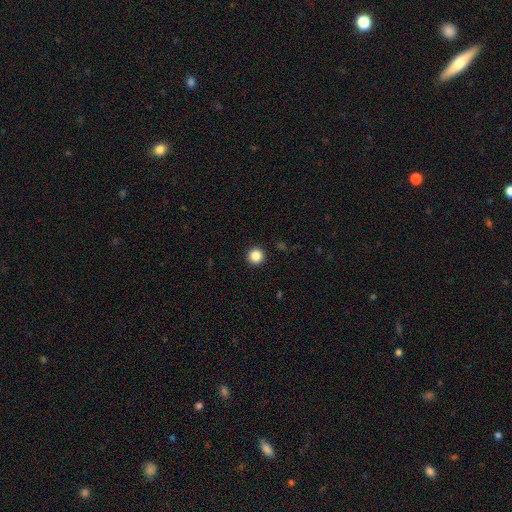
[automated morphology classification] Q: Smooth or featured?
A: smooth (86%); runner-up: star or artifact (10%)
Q: How rounded?
A: round (96%); runner-up: in between (3%)
Q: Merging?
A: none (93%); runner-up: minor disturbance (4%)